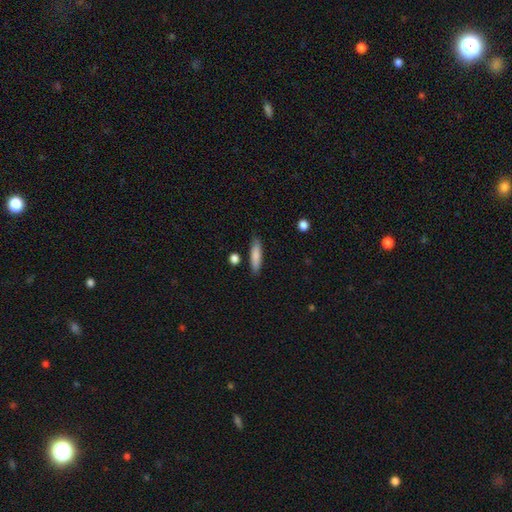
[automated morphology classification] A smooth galaxy with no disk features (83%) that is cigar-shaped (76%). Merging: none (85%).